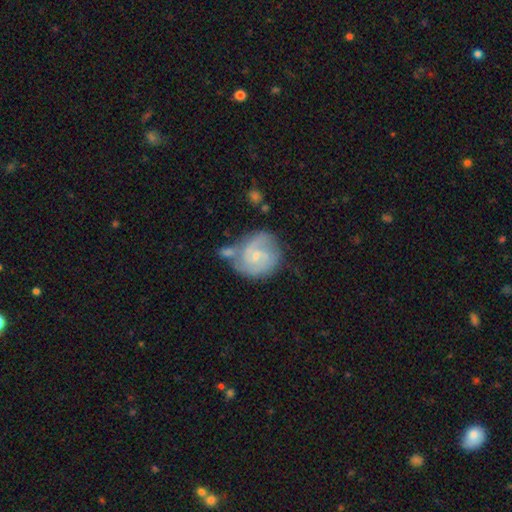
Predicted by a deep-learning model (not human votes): Q: Smooth or featured?
A: featured or disk (76%); runner-up: smooth (18%)
Q: Edge-on disk?
A: no (98%); runner-up: yes (2%)
Q: Bar?
A: no (50%); runner-up: weak (43%)
Q: Spiral arms?
A: yes (93%); runner-up: no (7%)
Q: Spiral winding?
A: tight (46%); runner-up: medium (42%)
Q: Spiral arm count?
A: 2 (64%); runner-up: can't tell (16%)
Q: Bulge size?
A: small (65%); runner-up: moderate (27%)
Q: Merging?
A: none (47%); runner-up: merger (22%)